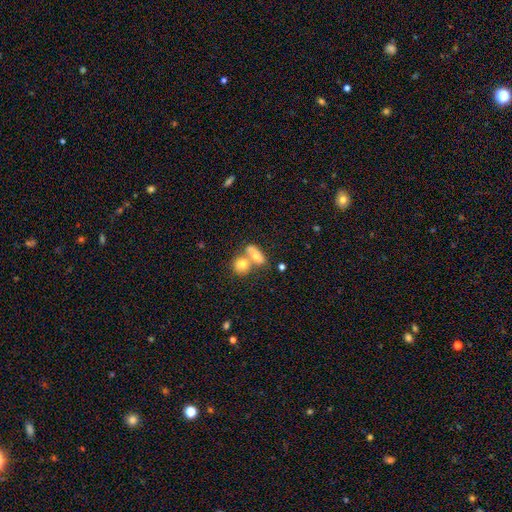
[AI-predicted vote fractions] smooth_or_featured: smooth (p=0.72) [alt: featured or disk p=0.20]
how_rounded: in between (p=0.74) [alt: round p=0.15]
merging: merger (p=0.55) [alt: none p=0.33]